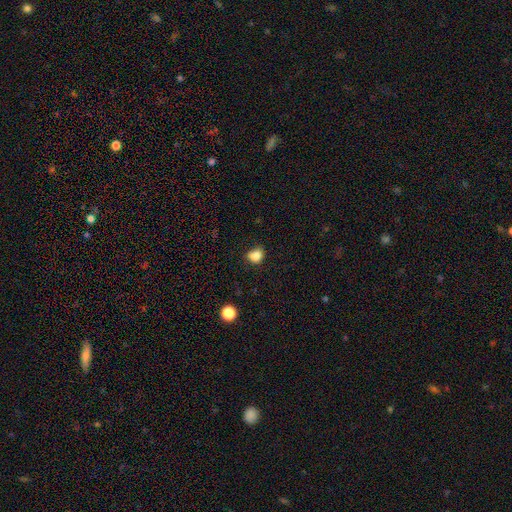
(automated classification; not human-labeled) Q: Smooth or featured?
A: smooth (84%); runner-up: star or artifact (11%)
Q: How rounded?
A: round (57%); runner-up: in between (42%)
Q: Merging?
A: none (61%); runner-up: minor disturbance (27%)